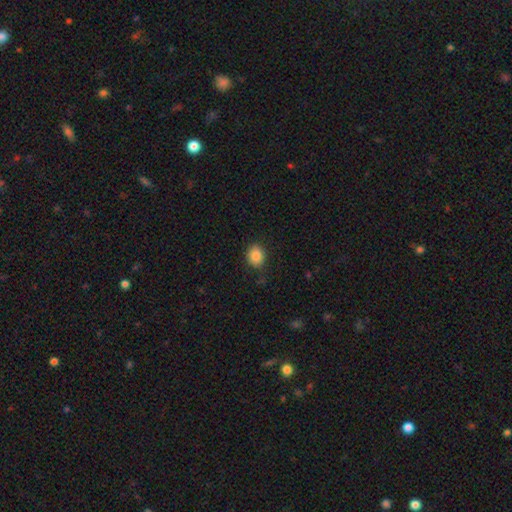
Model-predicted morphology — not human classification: This is clearly a smooth galaxy (87%). How rounded: likely round (60%). Merging: clearly none (84%).